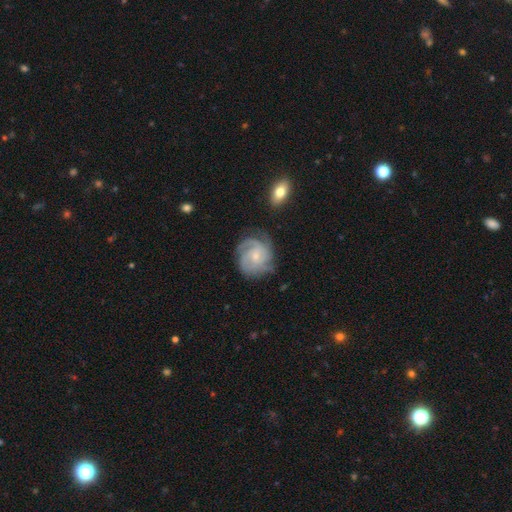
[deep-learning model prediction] featured or disk 82%, smooth 13%, star or artifact 5%. Down the decision tree: edge-on disk — no (98%); bar — no (68%); spiral arms — yes (96%); spiral arm count — 3 (39%); spiral winding — tight (58%); bulge size — small (69%); merging — none (69%).